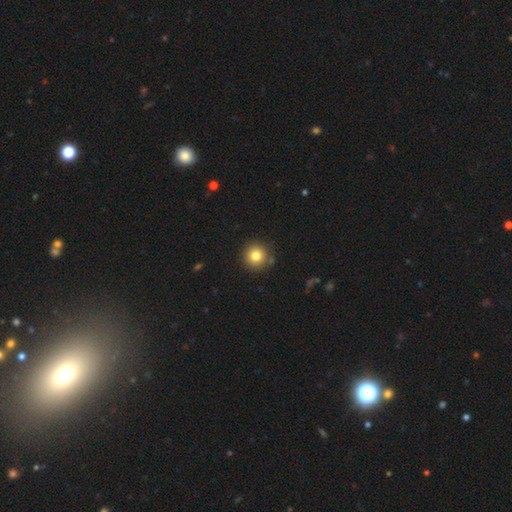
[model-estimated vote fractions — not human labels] smooth_or_featured: smooth (p=0.80) [alt: star or artifact p=0.11]
how_rounded: round (p=0.95) [alt: in between p=0.04]
merging: none (p=0.87) [alt: minor disturbance p=0.08]